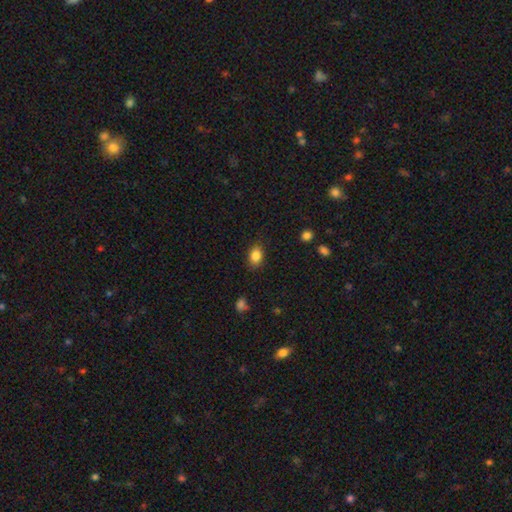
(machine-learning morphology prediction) A smooth galaxy with no disk features (85%) that is in between round and cigar-shaped (75%). Merging: none (83%).